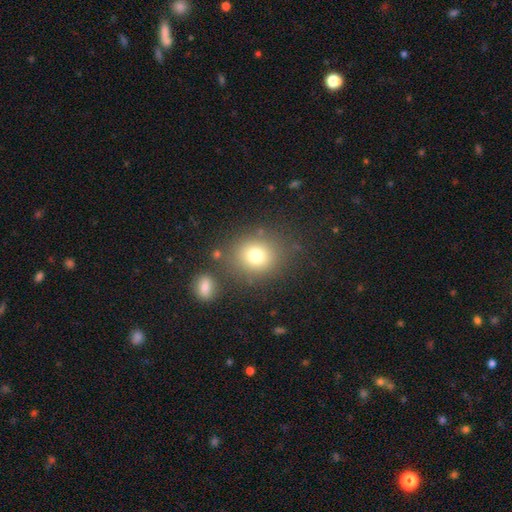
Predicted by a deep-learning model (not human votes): smooth_or_featured: smooth (p=0.76) [alt: star or artifact p=0.14]
how_rounded: round (p=0.77) [alt: in between p=0.22]
merging: none (p=0.76) [alt: minor disturbance p=0.11]